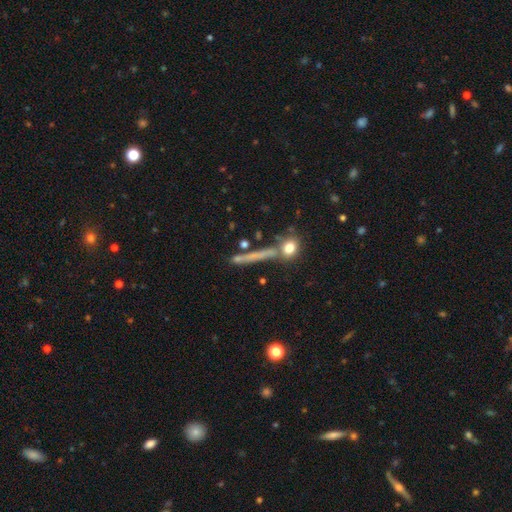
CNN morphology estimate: Q: Smooth or featured?
A: smooth (51%); runner-up: featured or disk (37%)
Q: How rounded?
A: cigar-shaped (81%); runner-up: round (12%)
Q: Merging?
A: none (68%); runner-up: minor disturbance (14%)